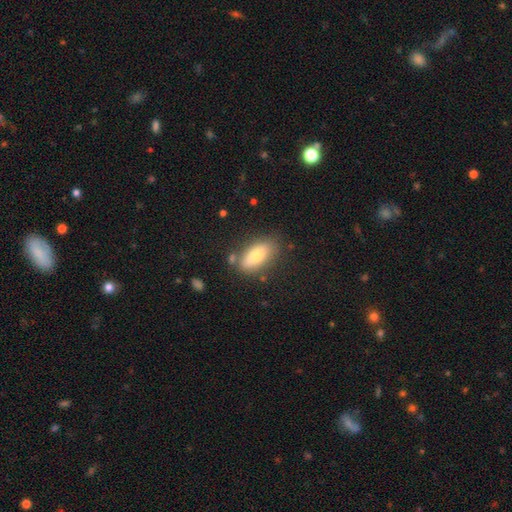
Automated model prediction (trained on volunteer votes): Smooth or featured? Predicted: smooth (p=0.75). How rounded? Predicted: in between (p=0.85). Merging? Predicted: none (p=0.74).